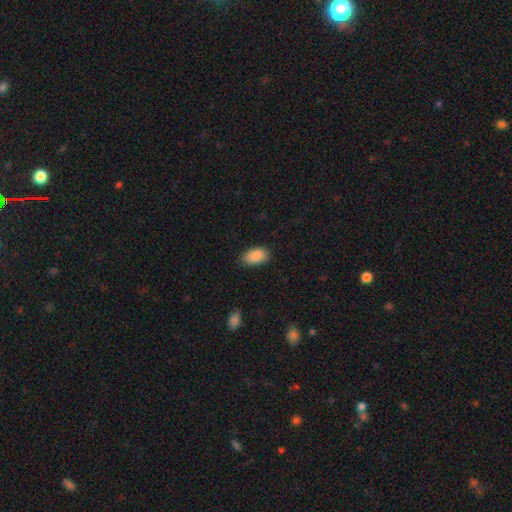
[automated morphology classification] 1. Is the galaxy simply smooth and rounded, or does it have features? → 87% smooth, 7% star or artifact, 5% featured or disk.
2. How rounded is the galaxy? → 92% in between, 5% round, 3% cigar-shaped.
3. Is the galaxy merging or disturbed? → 79% none, 16% minor disturbance, 3% major disturbance, 1% merger.